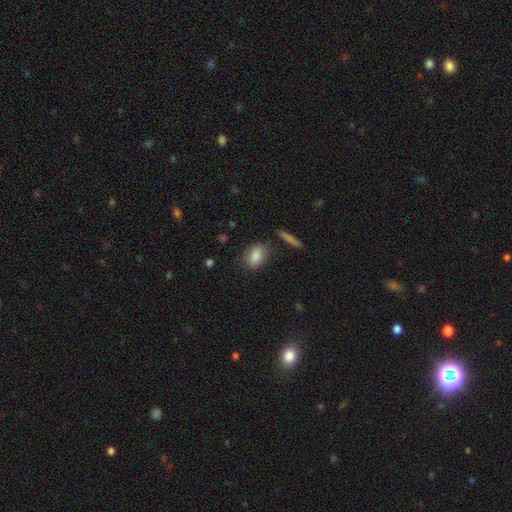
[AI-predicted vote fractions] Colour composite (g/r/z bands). It shows a smooth galaxy with no disk features (86%) that is in between round and cigar-shaped (79%). Merging: none (78%).